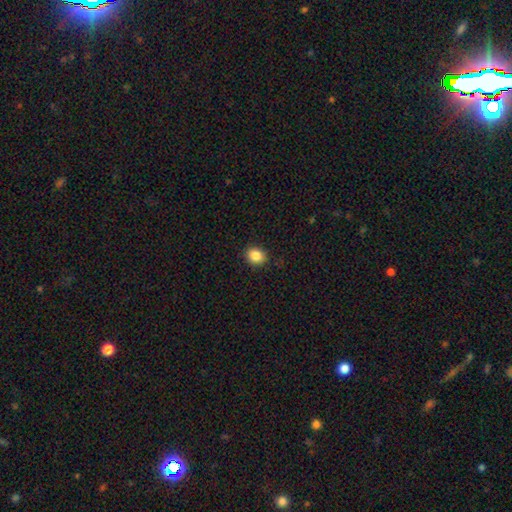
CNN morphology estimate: Q: Smooth or featured?
A: smooth (86%); runner-up: star or artifact (10%)
Q: How rounded?
A: round (62%); runner-up: in between (37%)
Q: Merging?
A: none (89%); runner-up: minor disturbance (8%)